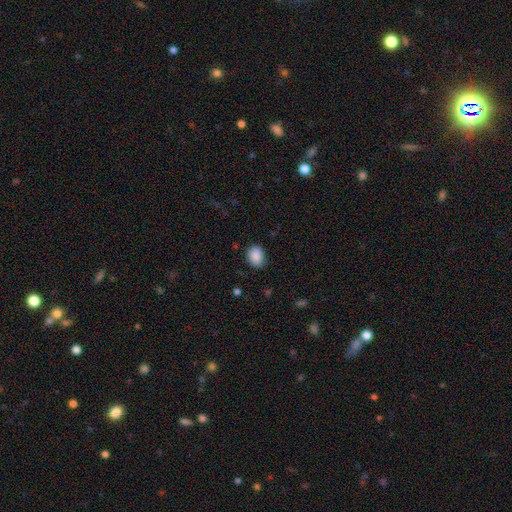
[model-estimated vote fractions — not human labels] Smooth or featured? smooth (89%)
How rounded? in between (58%)
Merging? none (79%)